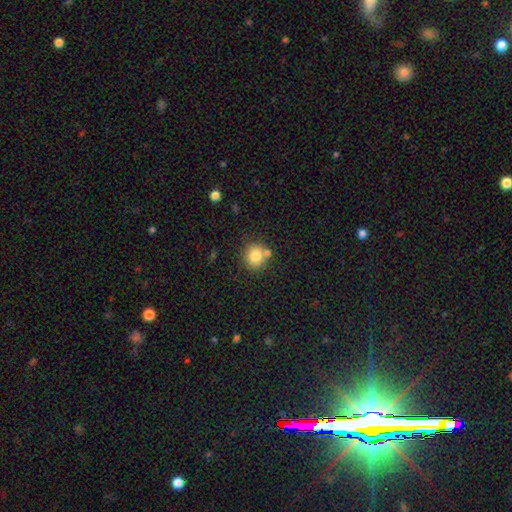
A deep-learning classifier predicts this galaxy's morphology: Smooth or featured: smooth — 81% (star or artifact — 10%)
How rounded: round — 84% (in between — 15%)
Merging: none — 68% (merger — 18%)